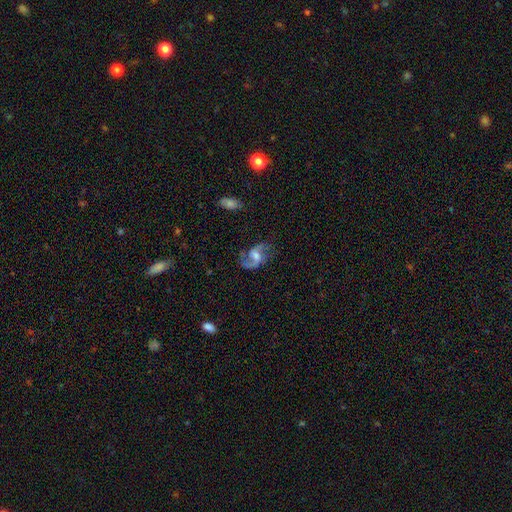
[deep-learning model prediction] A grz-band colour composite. It shows a featured or disk galaxy (85%) with a weak bar (53%), 2 (89%) loose (55%) spiral arms (96%) and a moderate central bulge (50%). Merging: none (67%).